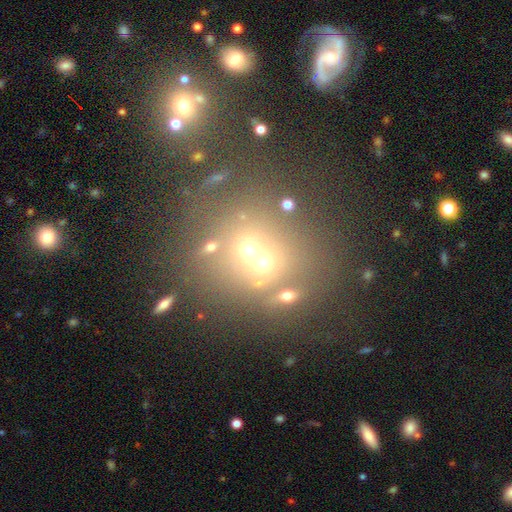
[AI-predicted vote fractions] Smooth or featured: smooth — 45% (star or artifact — 35%)
Merging: none — 47% (merger — 37%)